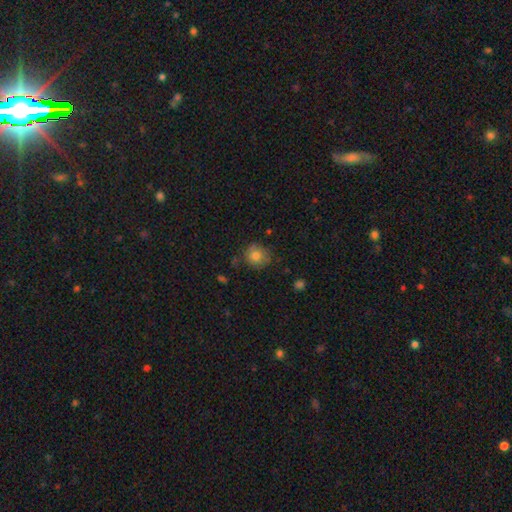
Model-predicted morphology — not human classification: A smooth galaxy with no disk features (80%) that is round (82%). Merging: none (72%).